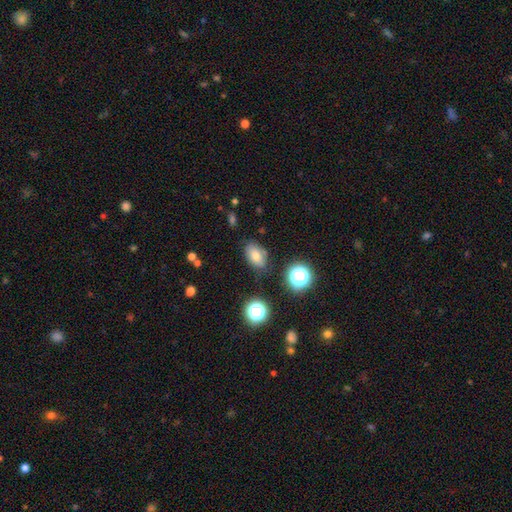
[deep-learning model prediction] Morphology: type=smooth (72%); roundness=in between (85%); merging=none (76%).